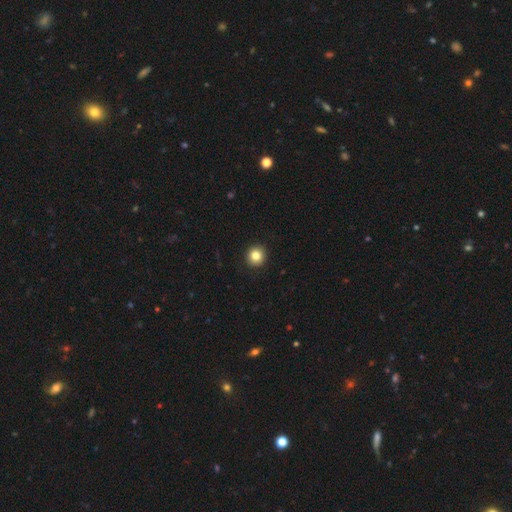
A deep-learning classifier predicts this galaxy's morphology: Overall: smooth (84%). How rounded: round (94%). Merging: none (93%).